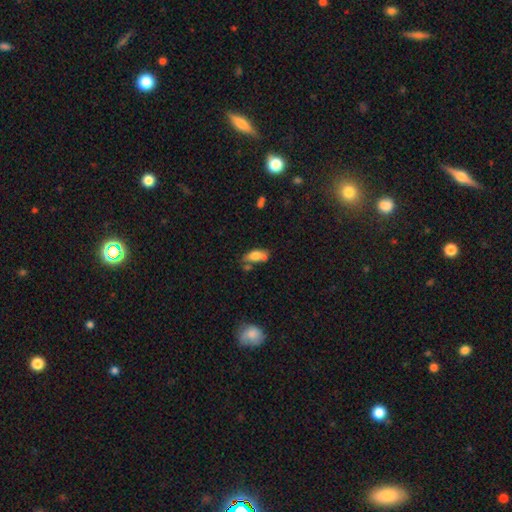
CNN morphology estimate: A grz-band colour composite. It shows a smooth galaxy with no disk features (75%) that is in between round and cigar-shaped (84%). Merging: none (47%).